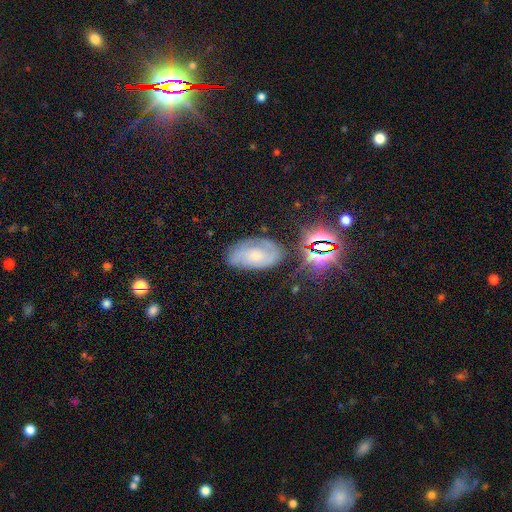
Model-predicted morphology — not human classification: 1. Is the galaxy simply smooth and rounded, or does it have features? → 60% featured or disk, 26% smooth, 14% star or artifact.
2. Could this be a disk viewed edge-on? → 94% no, 6% yes.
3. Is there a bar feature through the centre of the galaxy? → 68% no, 27% weak, 6% strong.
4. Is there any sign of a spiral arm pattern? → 85% yes, 15% no.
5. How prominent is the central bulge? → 53% small, 36% moderate, 6% none, 3% large, 1% dominant.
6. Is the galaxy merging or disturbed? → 67% none, 23% minor disturbance, 8% major disturbance, 3% merger.